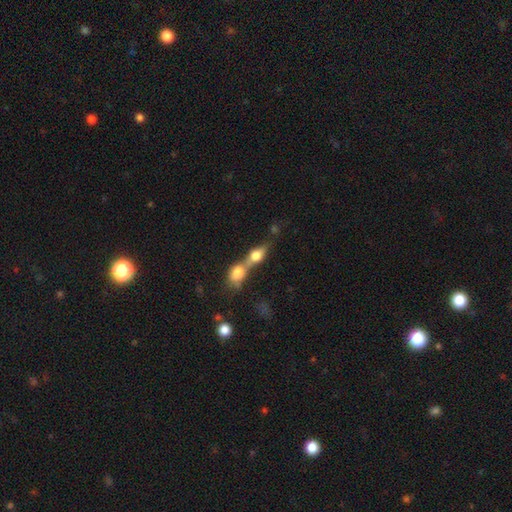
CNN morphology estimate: Smooth or featured? smooth (61%)
How rounded? in between (61%)
Merging? merger (72%)